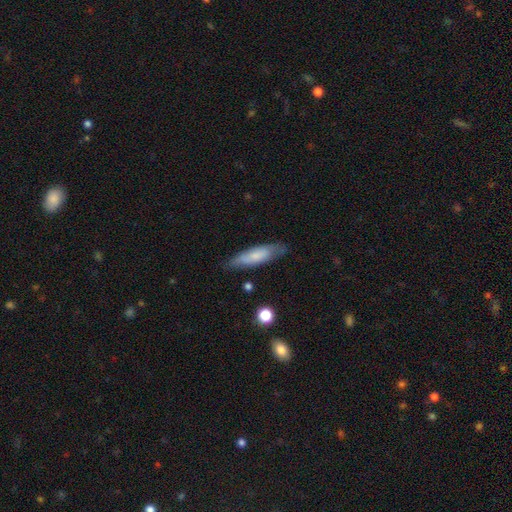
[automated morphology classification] Overall: smooth (66%; featured or disk 28%). How rounded: cigar-shaped (67%; in between 31%). Merging: none (79%).